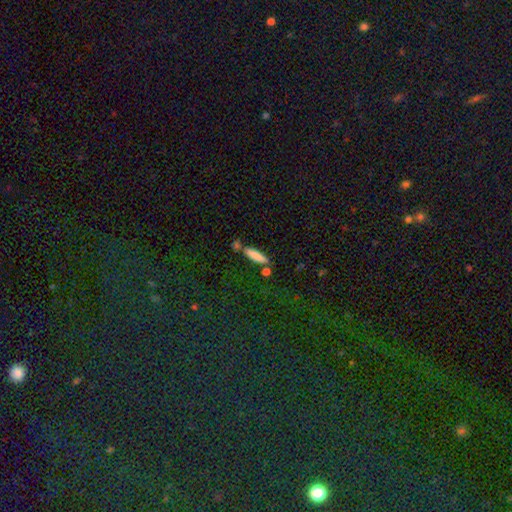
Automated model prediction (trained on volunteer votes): Smooth or featured? Predicted: smooth (p=0.82). How rounded? Predicted: cigar-shaped (p=0.79). Merging? Predicted: none (p=0.71).